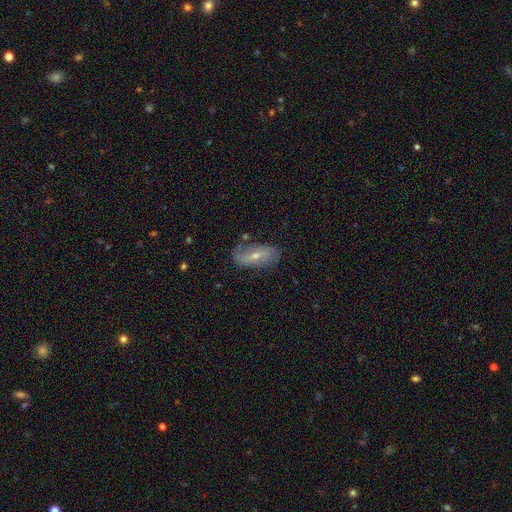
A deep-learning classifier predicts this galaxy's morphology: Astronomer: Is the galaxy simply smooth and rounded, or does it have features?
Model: featured or disk — 69%.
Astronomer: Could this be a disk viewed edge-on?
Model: no — 89%.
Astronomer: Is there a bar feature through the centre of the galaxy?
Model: no — 39% (runner-up: weak, 36%).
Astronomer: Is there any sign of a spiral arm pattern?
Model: yes — 82%.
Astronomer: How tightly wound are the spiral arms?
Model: loose — 47% (runner-up: medium, 32%).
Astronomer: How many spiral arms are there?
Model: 2 — 76%.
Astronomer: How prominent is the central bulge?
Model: small — 60% (runner-up: moderate, 37%).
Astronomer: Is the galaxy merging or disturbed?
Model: none — 69%.